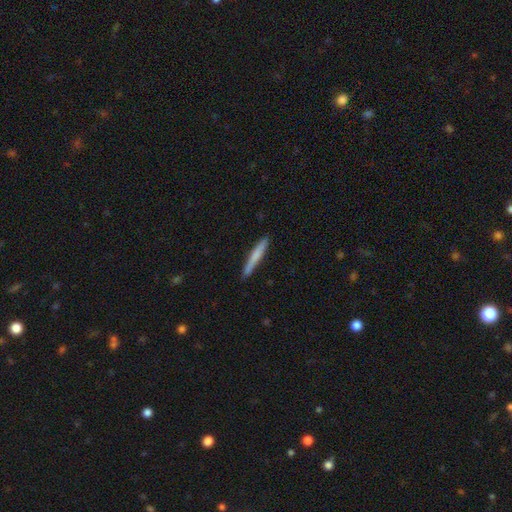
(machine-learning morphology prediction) Smooth or featured? smooth (67%)
How rounded? cigar-shaped (96%)
Merging? none (89%)